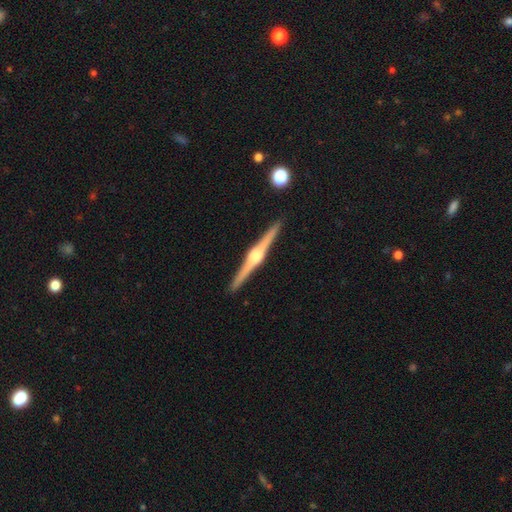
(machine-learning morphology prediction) This is clearly a featured or disk galaxy (87%). It is clearly viewed edge-on (99%). Edge-on bulge: clearly rounded (89%). Merging: clearly none (92%).